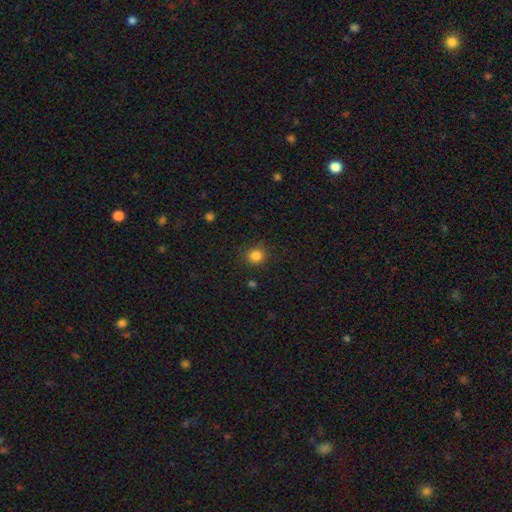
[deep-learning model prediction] smooth-or-featured: smooth: 84% | star or artifact: 12% | featured or disk: 4%
  how-rounded: round: 89% | in between: 10% | cigar-shaped: 1%
  merging: none: 86% | minor disturbance: 9% | major disturbance: 3% | merger: 2%